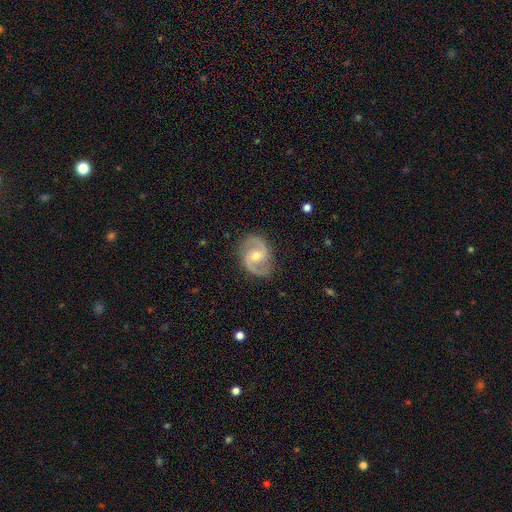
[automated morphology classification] type=featured or disk (89%); edge-on=no (98%); bar=weak (44%); spiral arms=yes (97%); winding=medium (60%); arm count=2 (94%); bulge=moderate (57%); merging=none (86%).